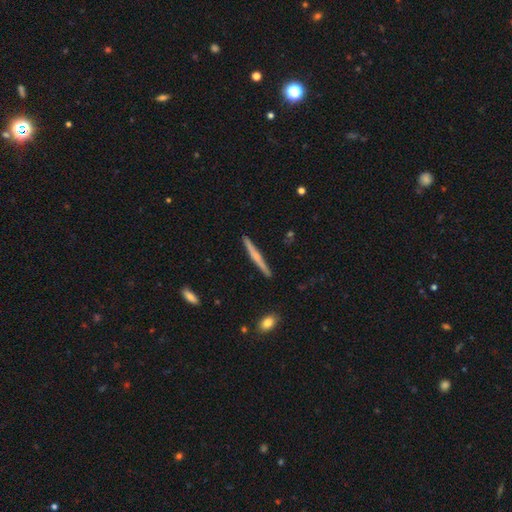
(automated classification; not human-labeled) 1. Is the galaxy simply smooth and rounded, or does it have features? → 52% featured or disk, 42% smooth, 6% star or artifact.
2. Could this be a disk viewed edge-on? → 98% yes, 2% no.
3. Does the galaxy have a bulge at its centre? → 52% none, 40% rounded, 8% boxy.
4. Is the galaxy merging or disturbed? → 91% none, 7% minor disturbance, 1% major disturbance, 1% merger.